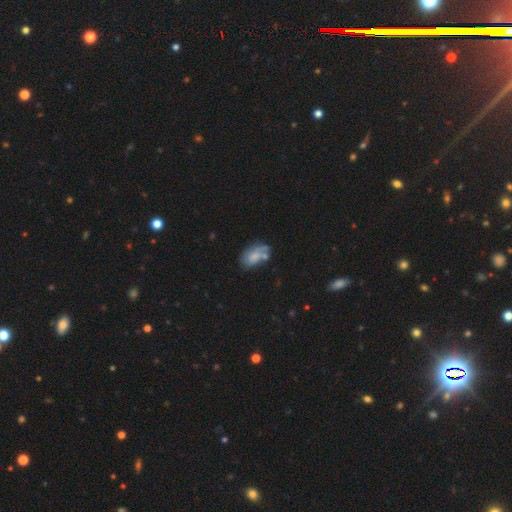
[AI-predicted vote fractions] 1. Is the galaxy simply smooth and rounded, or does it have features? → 57% smooth, 34% featured or disk, 9% star or artifact.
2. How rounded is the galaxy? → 91% in between, 7% round, 3% cigar-shaped.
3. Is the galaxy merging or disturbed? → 42% none, 27% minor disturbance, 16% merger, 15% major disturbance.